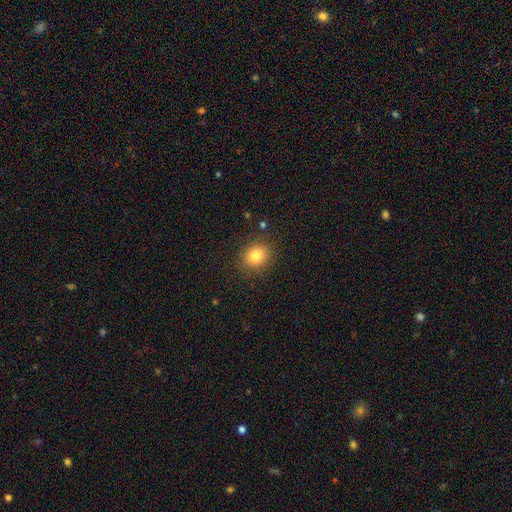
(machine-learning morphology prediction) A smooth galaxy with no disk features (81%) that is round (68%).

Vote fractions:
- Smooth or featured? smooth: 81% / star or artifact: 11% / featured or disk: 7%
- How rounded? round: 68% / in between: 31% / cigar-shaped: 1%
- Merging? none: 87% / minor disturbance: 9% / major disturbance: 3% / merger: 1%